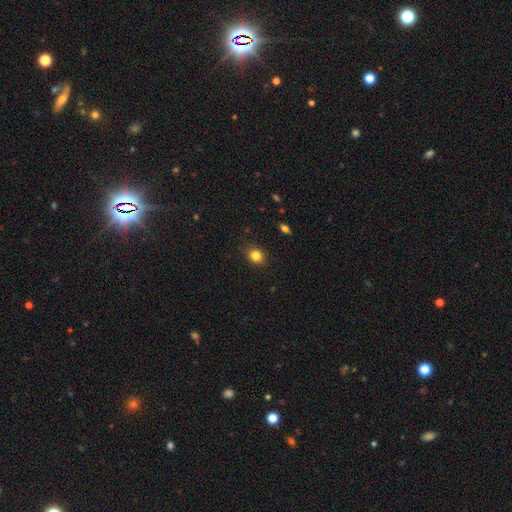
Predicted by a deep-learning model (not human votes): Smooth or featured: smooth — 83% (star or artifact — 12%)
How rounded: round — 65% (in between — 34%)
Merging: none — 86% (minor disturbance — 11%)